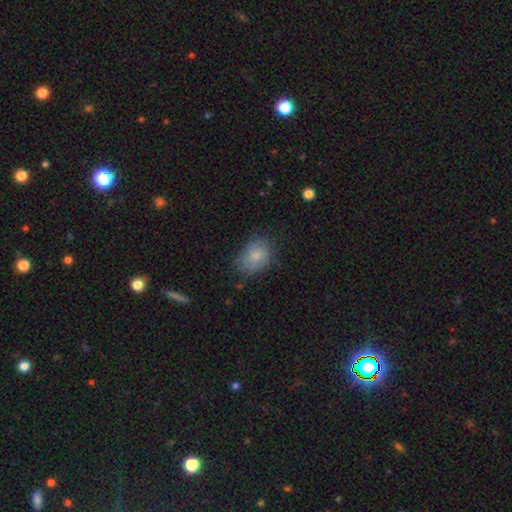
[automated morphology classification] A smooth galaxy with no disk features (76%) that is in between round and cigar-shaped (63%). Merging: none (60%).